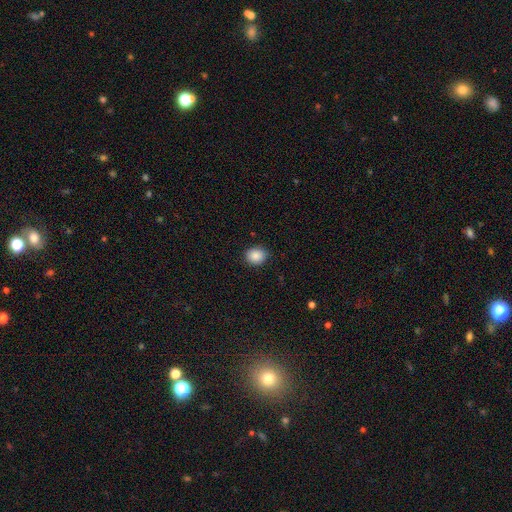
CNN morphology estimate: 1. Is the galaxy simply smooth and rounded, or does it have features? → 88% smooth, 8% star or artifact, 3% featured or disk.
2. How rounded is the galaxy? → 66% round, 33% in between, 1% cigar-shaped.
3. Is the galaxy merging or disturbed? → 87% none, 9% minor disturbance, 2% major disturbance, 1% merger.